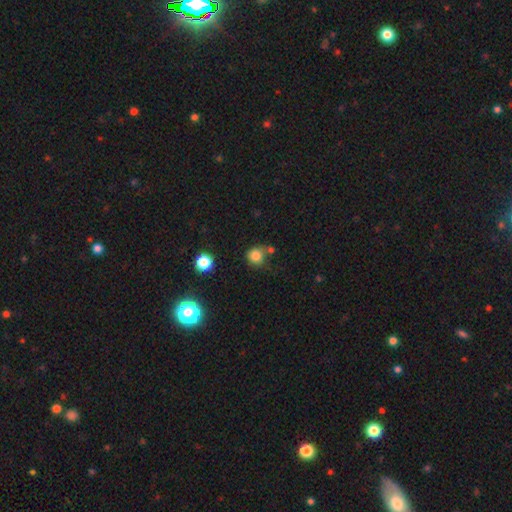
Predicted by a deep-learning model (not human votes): This is clearly a smooth galaxy (81%). How rounded: clearly round (86%). Merging: possibly none (58%).